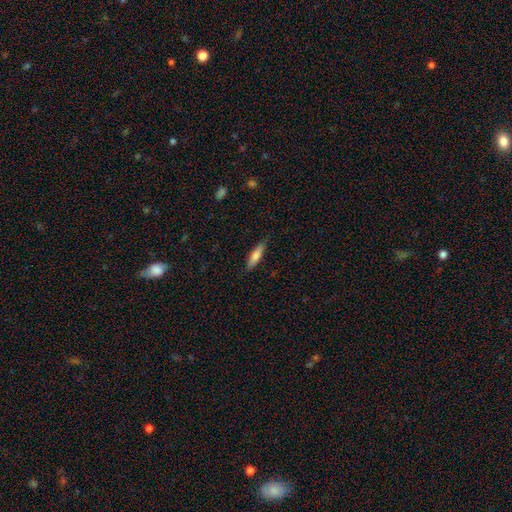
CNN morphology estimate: Q: Smooth or featured?
A: smooth (75%); runner-up: featured or disk (20%)
Q: How rounded?
A: cigar-shaped (70%); runner-up: in between (29%)
Q: Merging?
A: none (84%); runner-up: minor disturbance (13%)